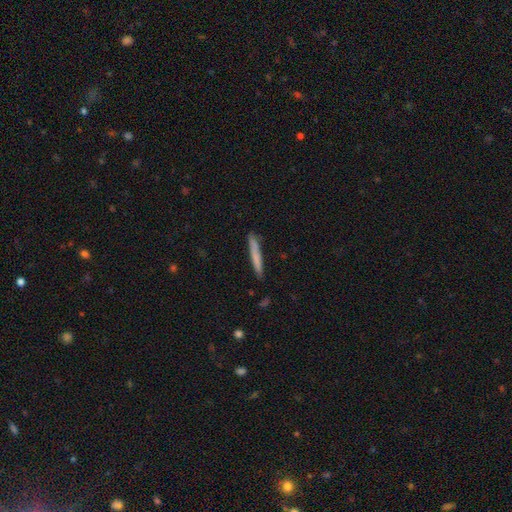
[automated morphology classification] Smooth or featured? smooth (71%)
How rounded? cigar-shaped (96%)
Merging? none (89%)